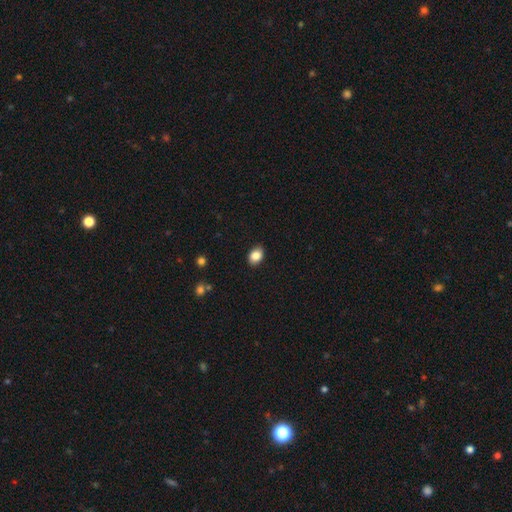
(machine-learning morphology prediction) smooth-or-featured: smooth: 85% | star or artifact: 8% | featured or disk: 6%
  how-rounded: in between: 77% | round: 22% | cigar-shaped: 1%
  merging: none: 88% | minor disturbance: 9% | major disturbance: 2% | merger: 1%